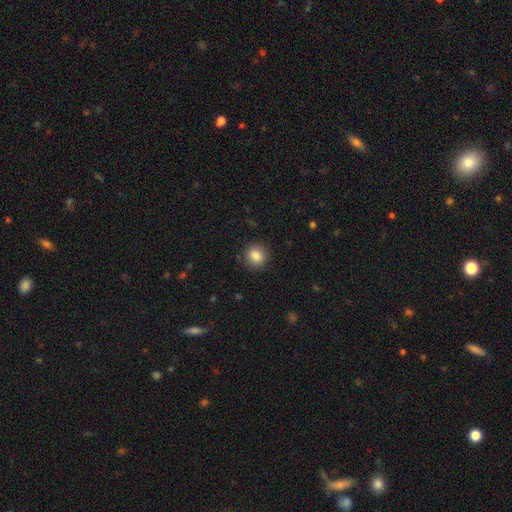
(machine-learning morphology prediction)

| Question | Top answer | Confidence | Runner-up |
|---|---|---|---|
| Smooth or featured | smooth | 85% | star or artifact (10%) |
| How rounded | round | 80% | in between (19%) |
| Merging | none | 88% | minor disturbance (8%) |